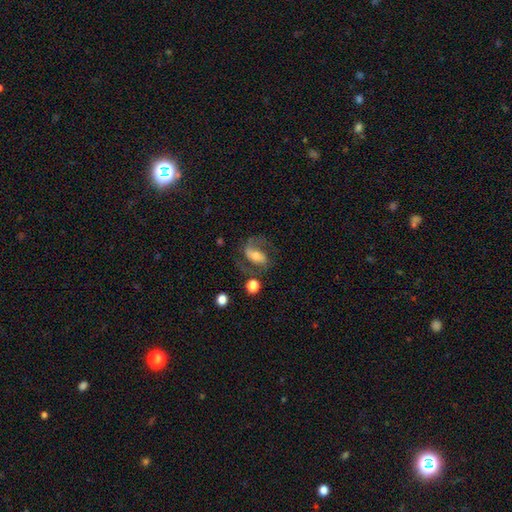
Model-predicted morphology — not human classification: smooth-or-featured: featured or disk: 77% | smooth: 15% | star or artifact: 8%
  disk-edge-on: no: 96% | yes: 4%
    bar: weak: 39% | strong: 33% | no: 28%
    has-spiral-arms: yes: 94% | no: 6%
      spiral-winding: medium: 51% | loose: 35% | tight: 14%
      spiral-arm-count: 2: 83% | 1: 11% | can't tell: 4% | 3: 1% | 4: 1% | more than 4: 1%
    bulge-size: moderate: 50% | small: 34% | large: 9% | none: 4% | dominant: 2%
  merging: none: 59% | major disturbance: 18% | minor disturbance: 17% | merger: 5%